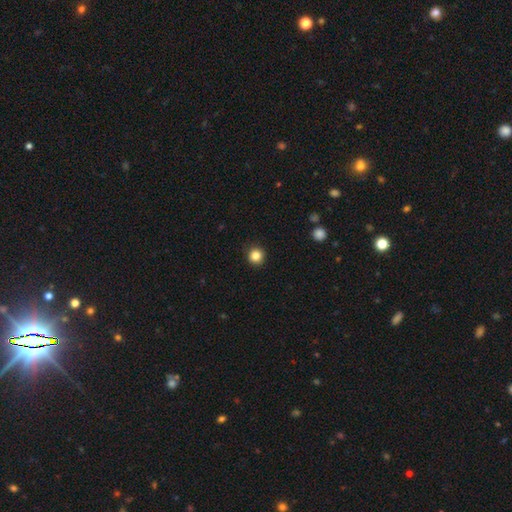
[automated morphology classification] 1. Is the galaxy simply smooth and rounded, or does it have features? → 84% smooth, 12% star or artifact, 5% featured or disk.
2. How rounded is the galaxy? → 94% round, 5% in between, 1% cigar-shaped.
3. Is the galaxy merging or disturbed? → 92% none, 5% minor disturbance, 2% major disturbance, 1% merger.